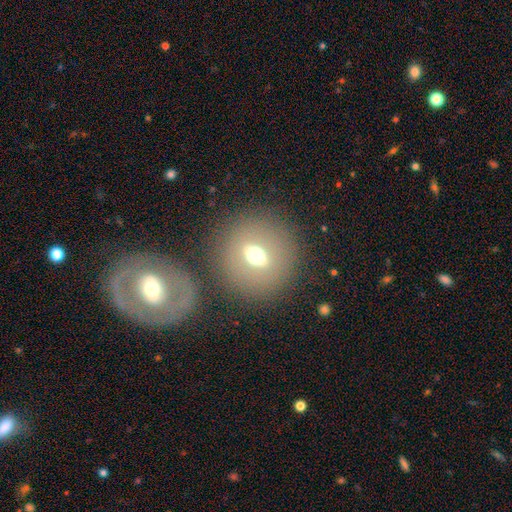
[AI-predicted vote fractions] Q: Smooth or featured?
A: smooth (50%); runner-up: featured or disk (33%)
Q: Merging?
A: none (82%); runner-up: minor disturbance (8%)